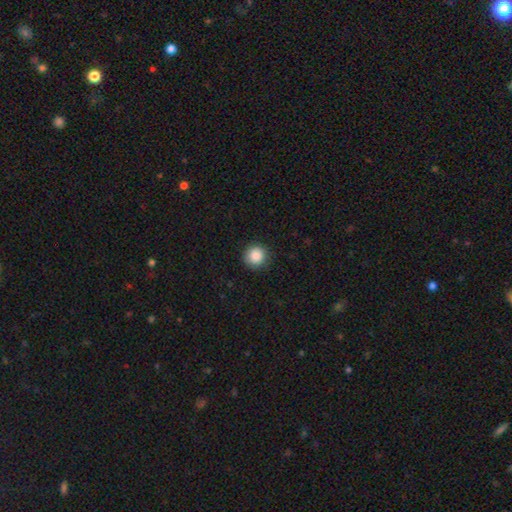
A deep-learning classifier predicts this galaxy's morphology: type=smooth (87%); roundness=round (95%); merging=none (91%).